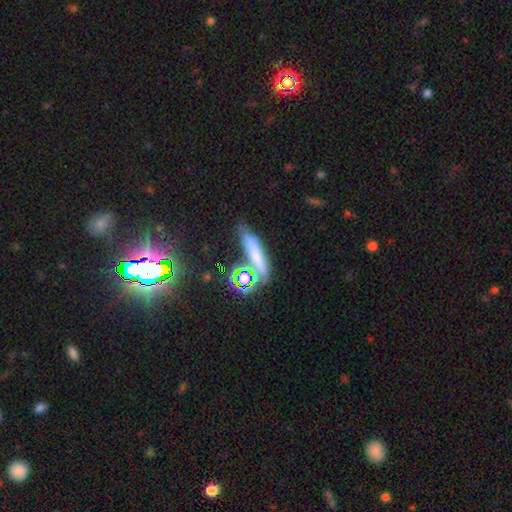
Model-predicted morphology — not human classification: Smooth or featured? Predicted: smooth (p=0.58). How rounded? Predicted: cigar-shaped (p=0.73). Merging? Predicted: none (p=0.64).